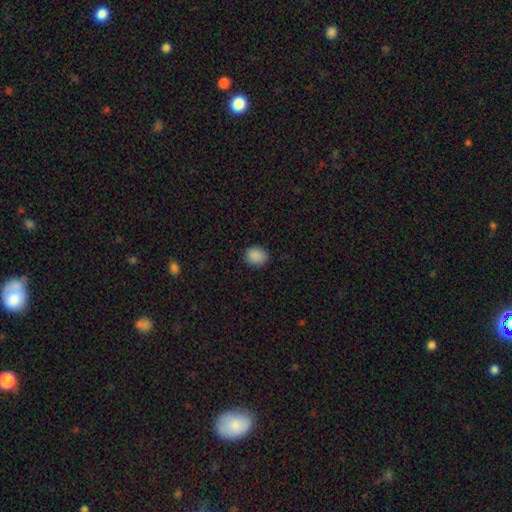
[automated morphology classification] A smooth galaxy with no disk features (89%) that is round (64%). Merging: none (88%).